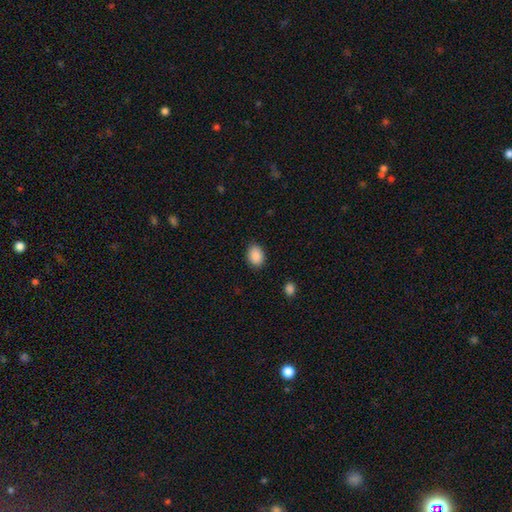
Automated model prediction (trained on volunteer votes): A smooth galaxy with no disk features (89%) that is in between round and cigar-shaped (73%).

Vote fractions:
- Smooth or featured? smooth: 89% / star or artifact: 8% / featured or disk: 3%
- How rounded? in between: 73% / round: 26% / cigar-shaped: 1%
- Merging? none: 86% / minor disturbance: 10% / major disturbance: 2% / merger: 1%